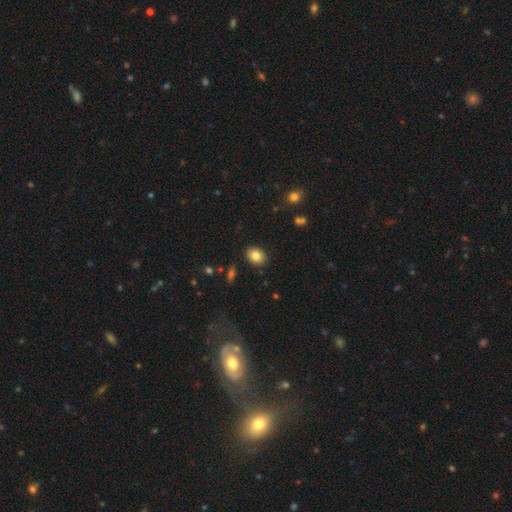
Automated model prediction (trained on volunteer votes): This is clearly a smooth galaxy (82%). How rounded: possibly in between (53%). Merging: clearly none (89%).